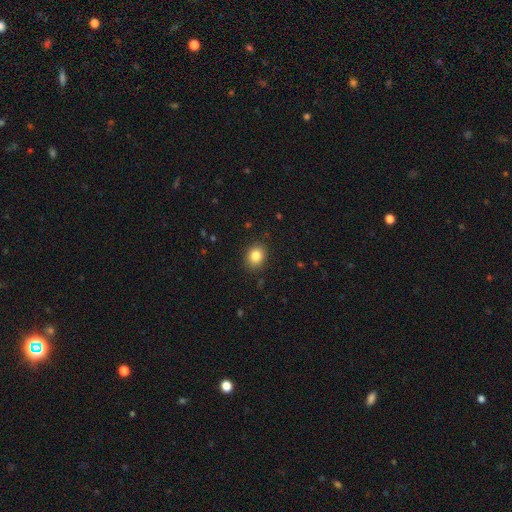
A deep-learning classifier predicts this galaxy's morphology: Smooth or featured: smooth — 84% (star or artifact — 10%)
How rounded: round — 54% (in between — 45%)
Merging: none — 88% (minor disturbance — 8%)